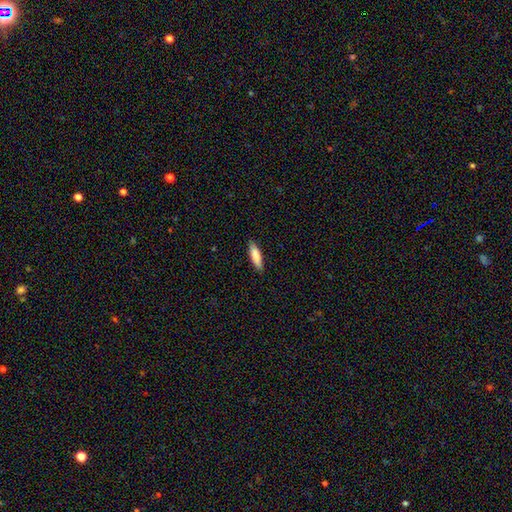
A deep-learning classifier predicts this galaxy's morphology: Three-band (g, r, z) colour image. It shows a smooth galaxy with no disk features (84%) that is cigar-shaped (62%). Merging: none (88%).